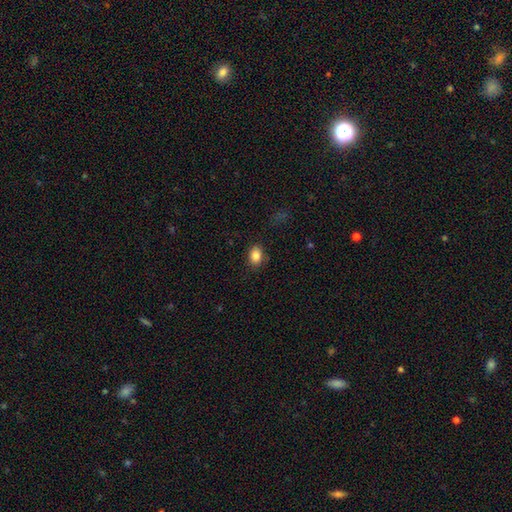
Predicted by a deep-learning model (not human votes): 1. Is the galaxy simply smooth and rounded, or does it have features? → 86% smooth, 9% star or artifact, 5% featured or disk.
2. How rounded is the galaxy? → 73% in between, 25% round, 1% cigar-shaped.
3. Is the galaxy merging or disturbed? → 83% none, 12% minor disturbance, 3% major disturbance, 2% merger.